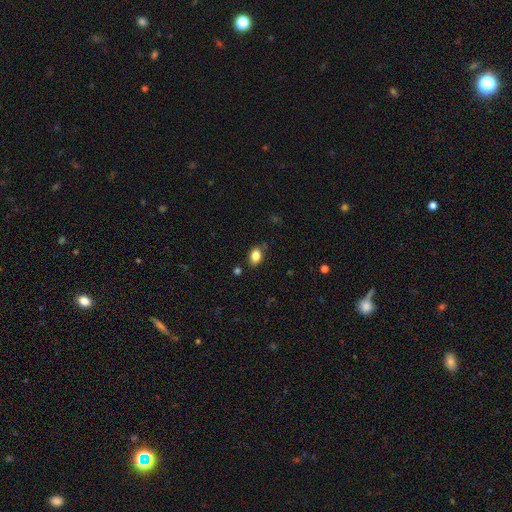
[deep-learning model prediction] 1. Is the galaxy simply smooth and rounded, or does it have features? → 84% smooth, 9% star or artifact, 7% featured or disk.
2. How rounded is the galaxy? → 80% in between, 18% round, 2% cigar-shaped.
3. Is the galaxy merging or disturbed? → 79% none, 15% minor disturbance, 3% major disturbance, 3% merger.